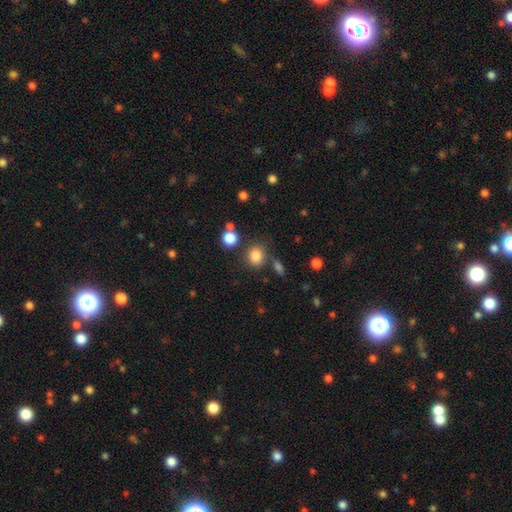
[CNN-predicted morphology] smooth 82%, star or artifact 12%, featured or disk 6%. Down the decision tree: how rounded — round (77%); merging — none (75%).